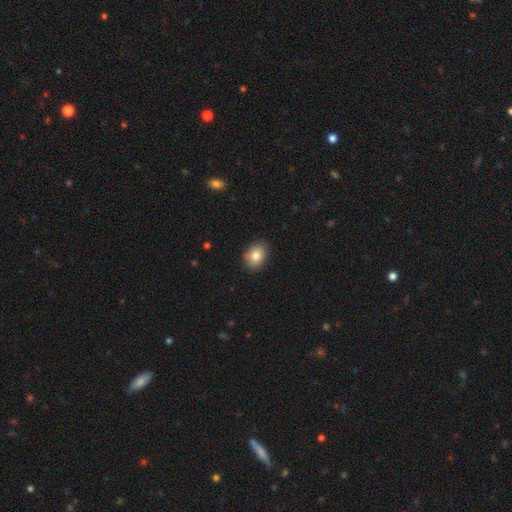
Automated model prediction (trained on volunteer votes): Smooth or featured? Predicted: smooth (p=0.83). How rounded? Predicted: in between (p=0.58). Merging? Predicted: none (p=0.86).